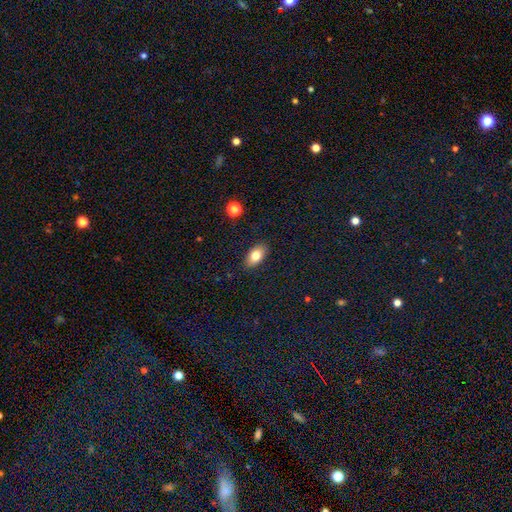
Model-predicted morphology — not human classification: Overall: smooth (79%). How rounded: in between (91%). Merging: none (88%).